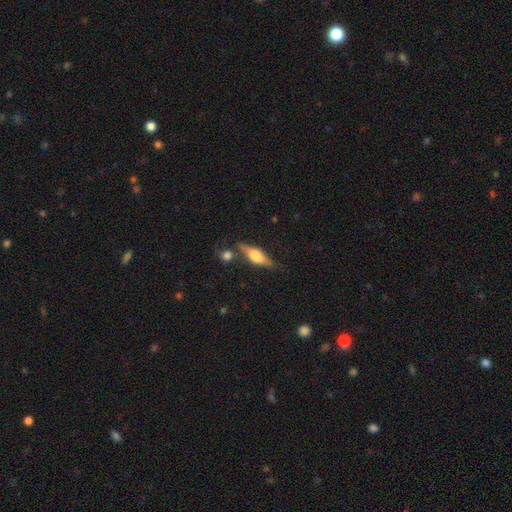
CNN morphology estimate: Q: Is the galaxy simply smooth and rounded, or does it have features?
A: featured or disk — 51%.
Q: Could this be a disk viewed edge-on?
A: yes — 89%.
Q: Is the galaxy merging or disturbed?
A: none — 65%.